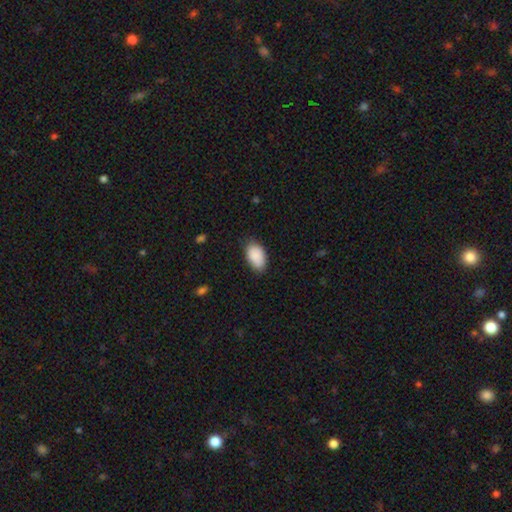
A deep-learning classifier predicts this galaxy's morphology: type=smooth (90%); roundness=in between (93%); merging=none (77%).